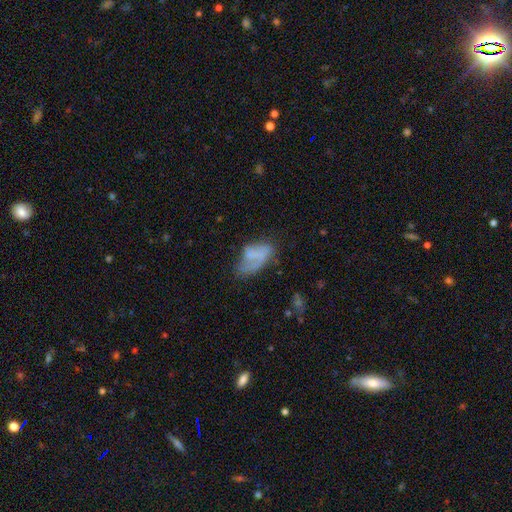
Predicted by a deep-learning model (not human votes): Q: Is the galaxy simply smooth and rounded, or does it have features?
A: smooth — 56%.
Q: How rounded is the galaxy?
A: in between — 91%.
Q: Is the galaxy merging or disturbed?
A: none — 35%.